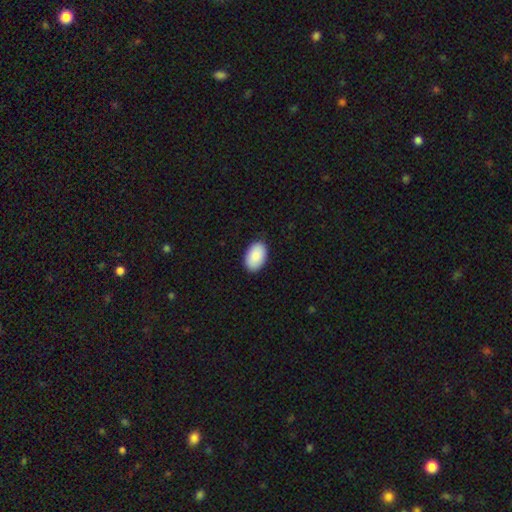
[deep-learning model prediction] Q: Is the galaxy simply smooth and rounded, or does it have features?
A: smooth — 90%.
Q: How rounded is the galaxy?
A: in between — 93%.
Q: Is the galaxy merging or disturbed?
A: none — 88%.